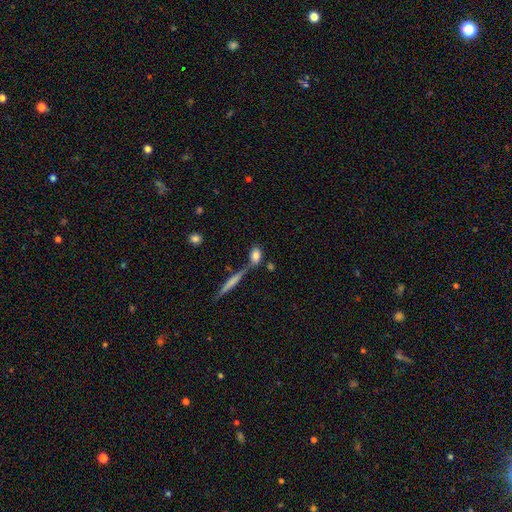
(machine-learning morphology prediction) This is likely a smooth galaxy (79%). How rounded: likely in between (75%). Merging: possibly none (55%).